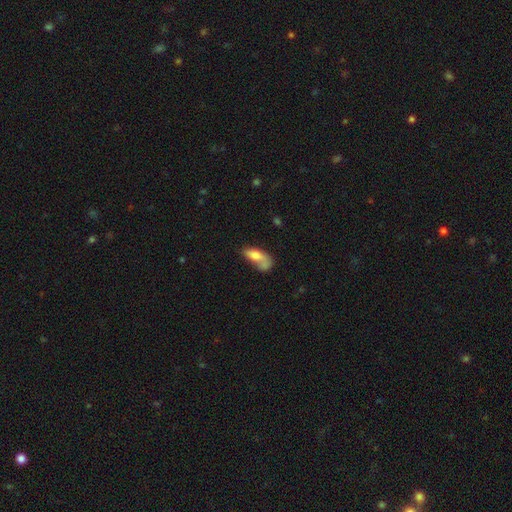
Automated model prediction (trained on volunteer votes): A smooth galaxy with no disk features (69%) that is in between round and cigar-shaped (80%).

Vote fractions:
- Smooth or featured? smooth: 69% / featured or disk: 23% / star or artifact: 8%
- How rounded? in between: 80% / cigar-shaped: 14% / round: 5%
- Merging? none: 28% / major disturbance: 26% / merger: 25% / minor disturbance: 21%